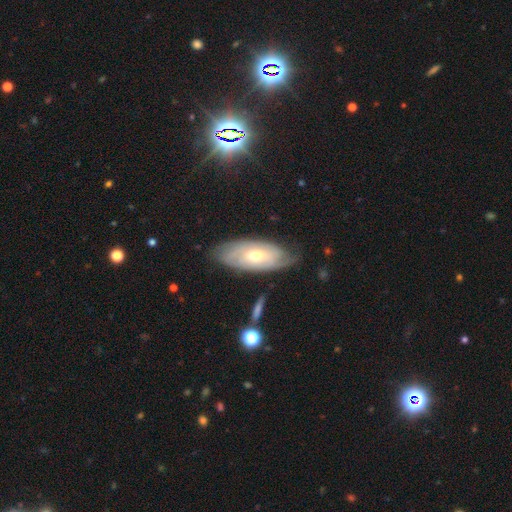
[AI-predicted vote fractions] The model was most divided on "smooth or featured": featured or disk: 60%, smooth: 33%, star or artifact: 7%. More confident: edge-on disk — no (86%); spiral arms — yes (77%); merging — none (72%); bulge size — moderate (68%); bar — no (64%).